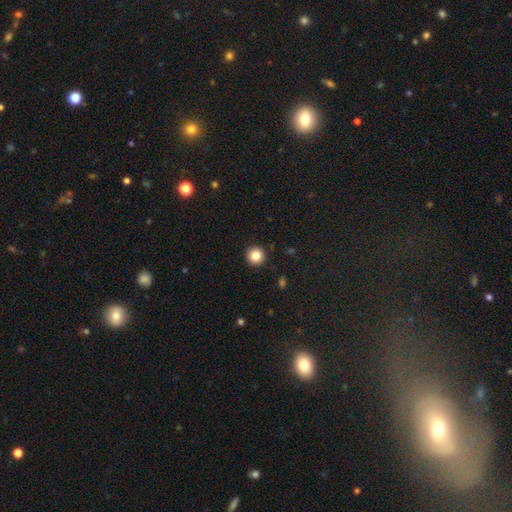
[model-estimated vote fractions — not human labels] Smooth or featured? Predicted: smooth (p=0.84). How rounded? Predicted: round (p=0.95). Merging? Predicted: none (p=0.93).